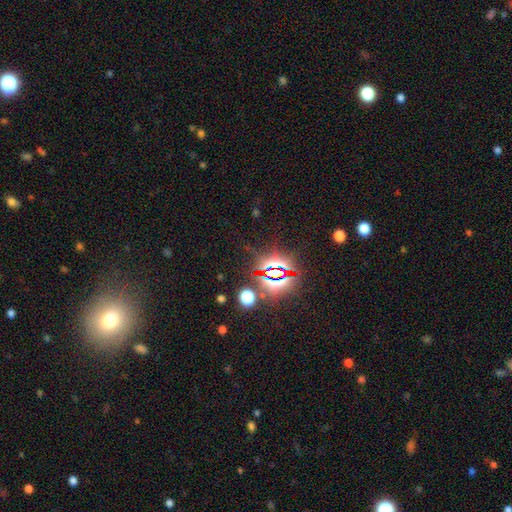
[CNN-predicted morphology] Smooth or featured?
  - star or artifact: 82% *
  - smooth: 10%
  - featured or disk: 8%